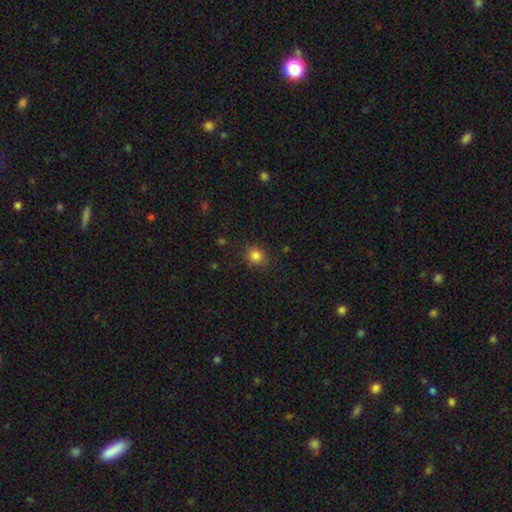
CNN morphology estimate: type=smooth (83%); roundness=round (78%); merging=none (87%).